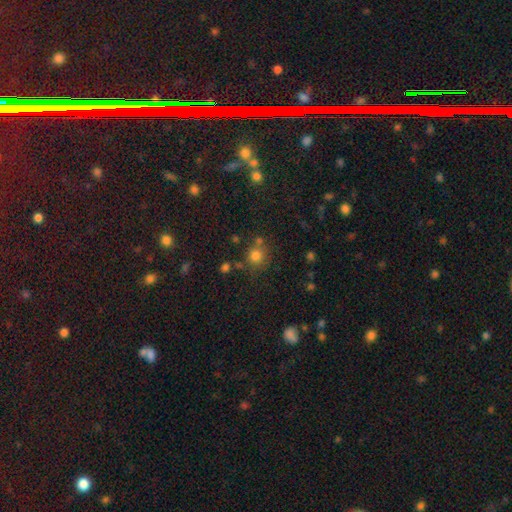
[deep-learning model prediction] A smooth galaxy with no disk features (78%) that is round (89%).

Vote fractions:
- Smooth or featured? smooth: 78% / star or artifact: 15% / featured or disk: 7%
- How rounded? round: 89% / in between: 10% / cigar-shaped: 1%
- Merging? none: 68% / merger: 15% / minor disturbance: 12% / major disturbance: 5%